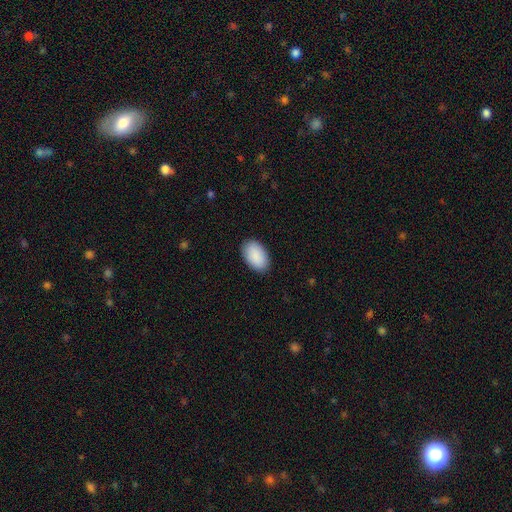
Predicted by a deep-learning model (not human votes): This appears to be a smooth galaxy with no disk features (91%) that is in between round and cigar-shaped (95%). Merging: none (89%).